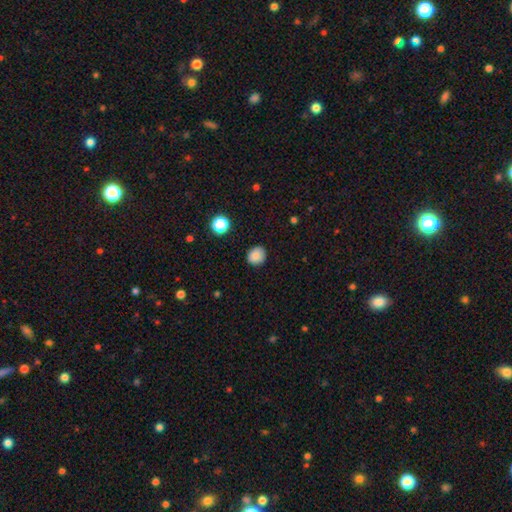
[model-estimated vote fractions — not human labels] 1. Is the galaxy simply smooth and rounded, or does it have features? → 86% smooth, 10% star or artifact, 4% featured or disk.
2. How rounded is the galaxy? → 78% round, 21% in between, 1% cigar-shaped.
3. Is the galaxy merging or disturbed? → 84% none, 12% minor disturbance, 3% major disturbance, 1% merger.